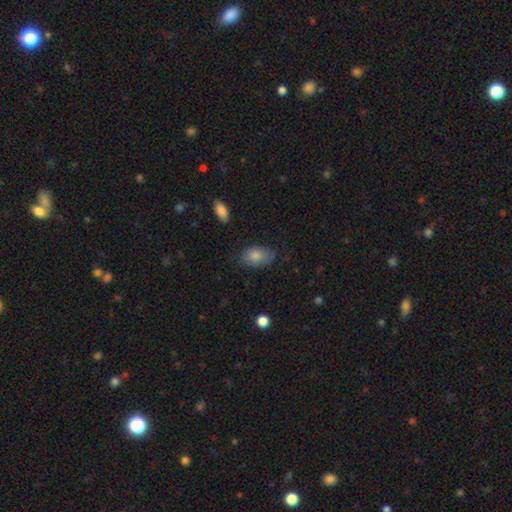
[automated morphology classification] This appears to be a smooth galaxy with no disk features (81%) that is in between round and cigar-shaped (87%). Merging: none (66%).